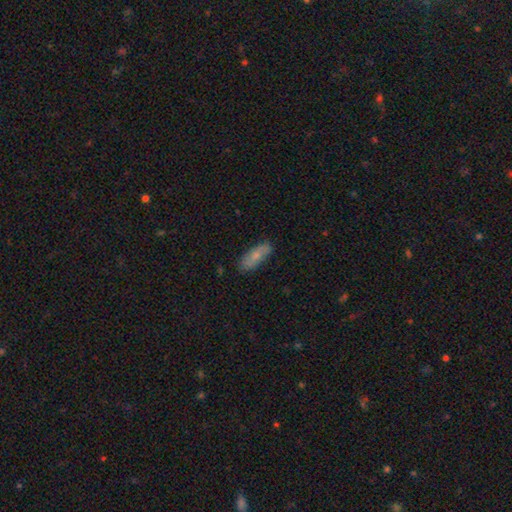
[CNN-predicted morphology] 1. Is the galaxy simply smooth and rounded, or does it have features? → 72% smooth, 22% featured or disk, 6% star or artifact.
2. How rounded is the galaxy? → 66% in between, 31% cigar-shaped, 2% round.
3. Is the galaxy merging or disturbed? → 81% none, 15% minor disturbance, 3% major disturbance, 1% merger.